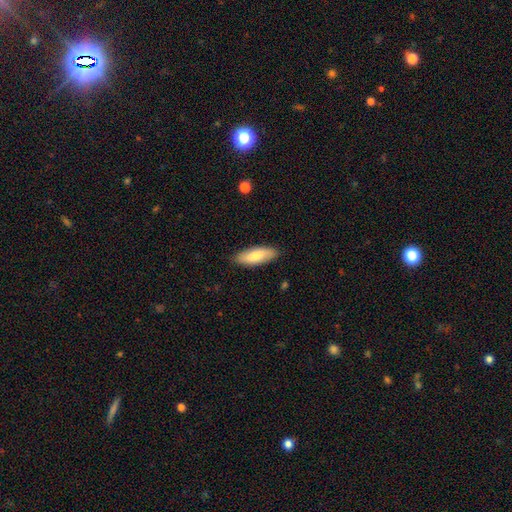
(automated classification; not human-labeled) Smooth or featured? smooth (78%)
How rounded? in between (68%)
Merging? none (87%)